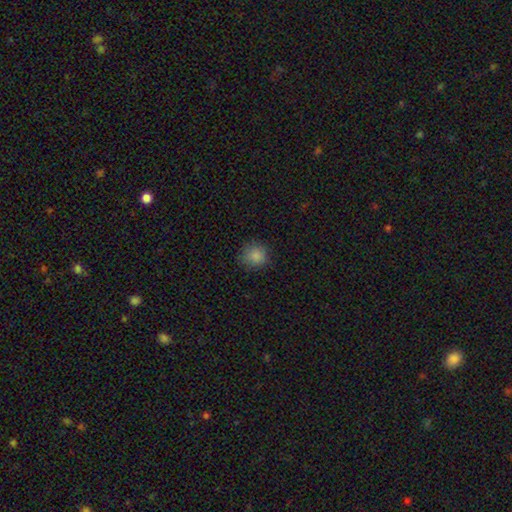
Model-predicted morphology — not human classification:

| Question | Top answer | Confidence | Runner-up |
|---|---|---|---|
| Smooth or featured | smooth | 85% | star or artifact (11%) |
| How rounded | round | 89% | in between (10%) |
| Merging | none | 84% | minor disturbance (11%) |